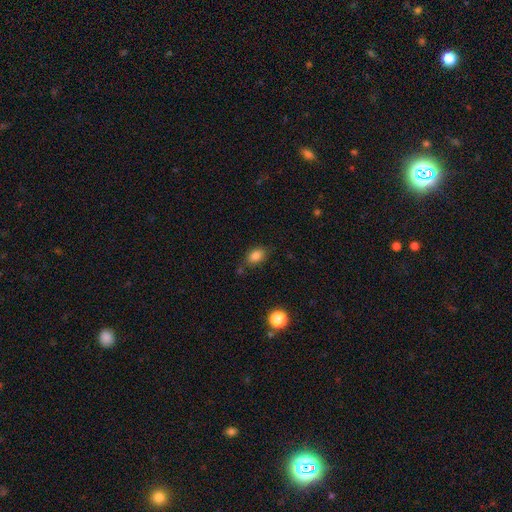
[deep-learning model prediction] Smooth or featured? smooth (84%)
How rounded? in between (82%)
Merging? none (75%)